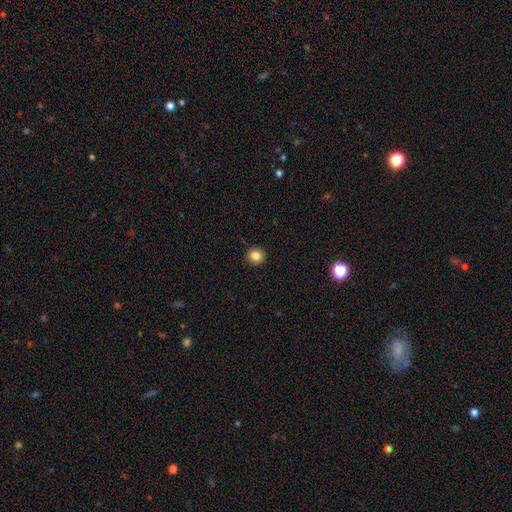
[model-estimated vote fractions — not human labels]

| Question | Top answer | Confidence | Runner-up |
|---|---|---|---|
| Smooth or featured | smooth | 83% | star or artifact (11%) |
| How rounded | round | 91% | in between (8%) |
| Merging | none | 92% | minor disturbance (5%) |